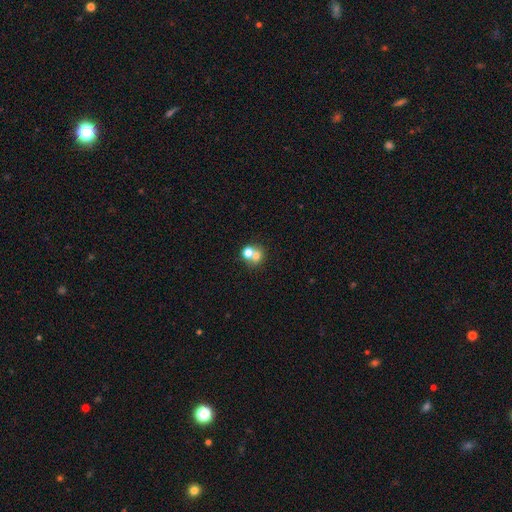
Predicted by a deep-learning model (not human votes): smooth 68%, featured or disk 18%, star or artifact 14%. Down the decision tree: how rounded — round (75%); merging — merger (53%).